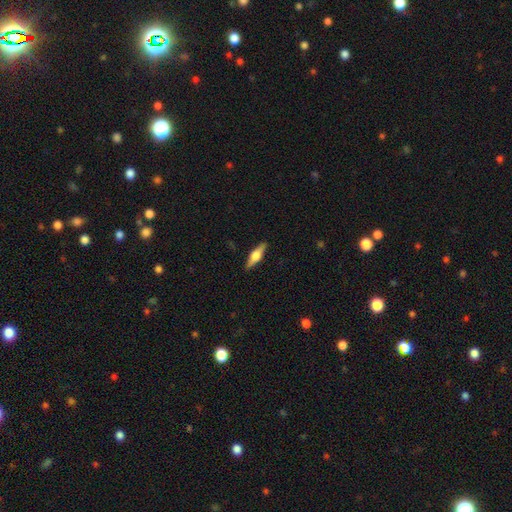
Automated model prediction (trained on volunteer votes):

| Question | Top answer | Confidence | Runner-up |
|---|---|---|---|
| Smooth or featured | featured or disk | 65% | smooth (30%) |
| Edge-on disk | yes | 96% | no (4%) |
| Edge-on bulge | rounded | 93% | boxy (6%) |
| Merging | none | 90% | minor disturbance (7%) |